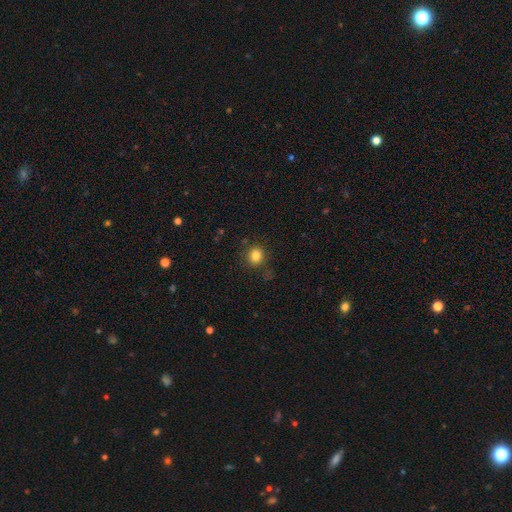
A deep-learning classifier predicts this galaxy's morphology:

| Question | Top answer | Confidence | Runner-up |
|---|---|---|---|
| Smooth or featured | smooth | 83% | star or artifact (12%) |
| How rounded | round | 83% | in between (16%) |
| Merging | none | 84% | minor disturbance (11%) |